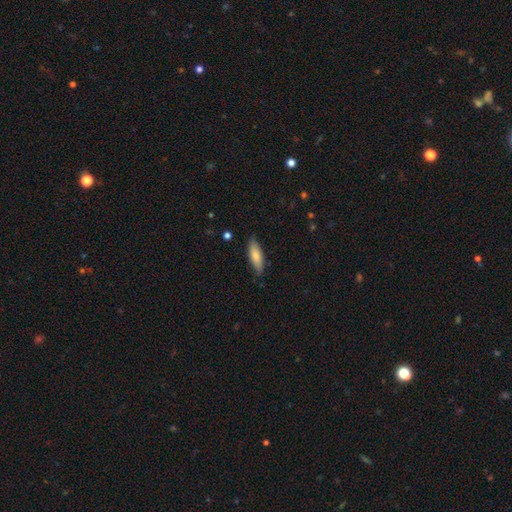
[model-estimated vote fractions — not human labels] Smooth or featured? smooth (75%)
How rounded? in between (51%)
Merging? none (81%)